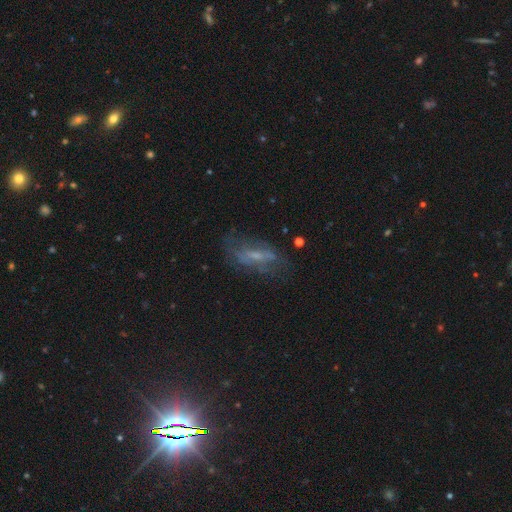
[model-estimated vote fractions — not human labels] Smooth or featured?
  - featured or disk: 54% *
  - smooth: 31%
  - star or artifact: 15%
Edge-on disk?
  - no: 83% *
  - yes: 17%
Merging?
  - none: 56% *
  - minor disturbance: 22%
  - major disturbance: 20%
  - merger: 2%